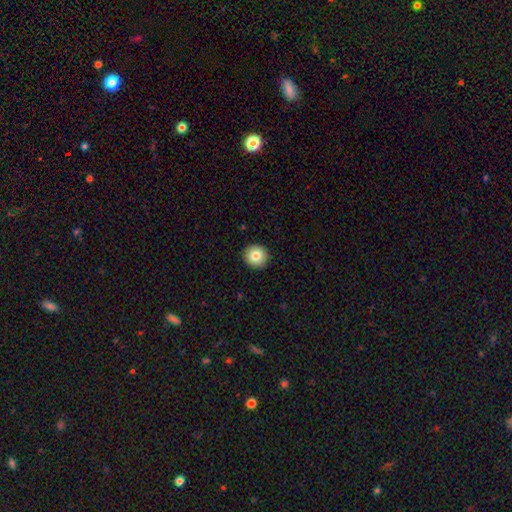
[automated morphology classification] A smooth galaxy with no disk features (83%) that is round (92%).

Vote fractions:
- Smooth or featured? smooth: 83% / star or artifact: 9% / featured or disk: 8%
- How rounded? round: 92% / in between: 7% / cigar-shaped: 1%
- Merging? none: 92% / minor disturbance: 5% / major disturbance: 1% / merger: 1%